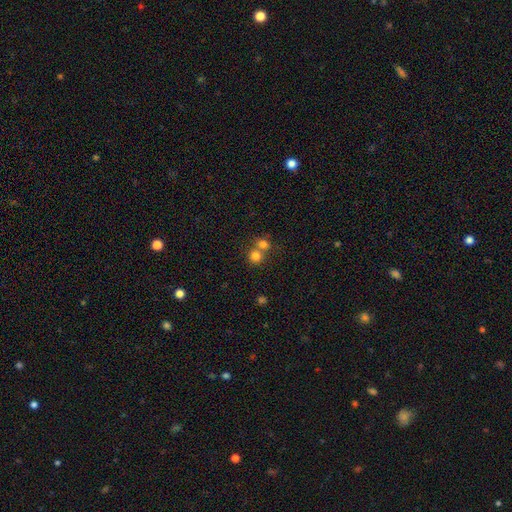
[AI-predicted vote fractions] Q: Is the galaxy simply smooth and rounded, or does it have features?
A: smooth — 78%.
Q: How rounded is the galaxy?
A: round — 87%.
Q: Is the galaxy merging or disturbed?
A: merger — 46%, tied with none.